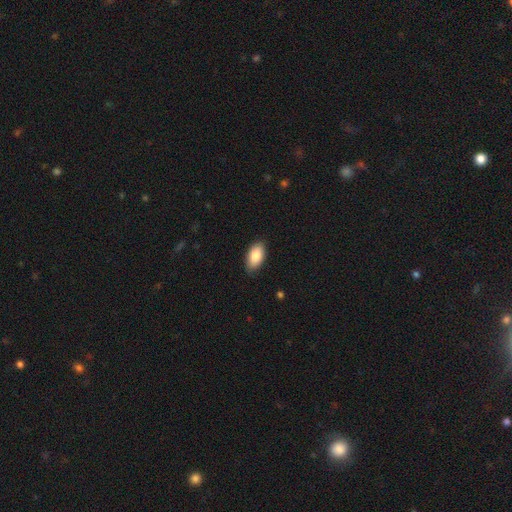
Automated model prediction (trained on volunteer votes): smooth 87%, featured or disk 7%, star or artifact 6%. Down the decision tree: how rounded — in between (94%); merging — none (85%).